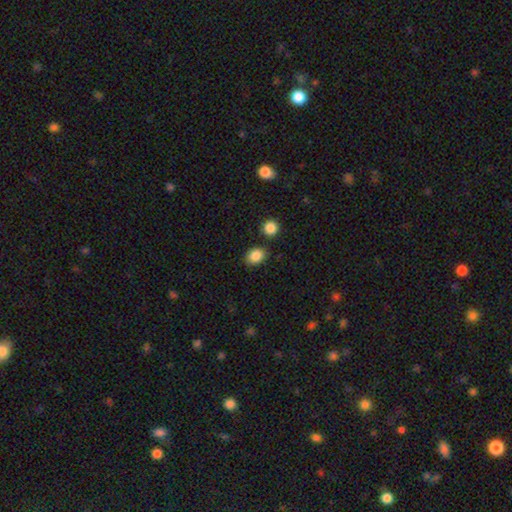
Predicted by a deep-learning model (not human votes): Smooth or featured? Predicted: smooth (p=0.87). How rounded? Predicted: in between (p=0.66). Merging? Predicted: none (p=0.81).